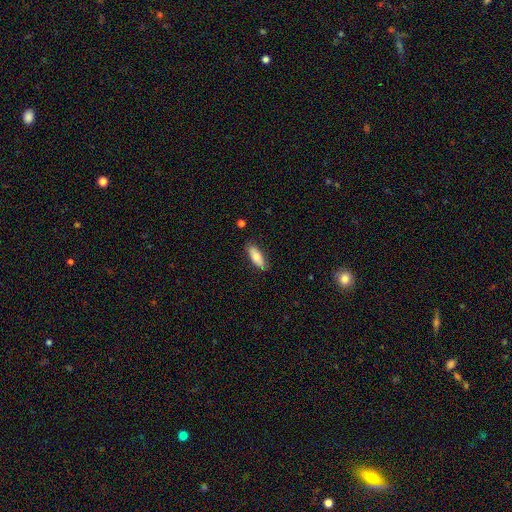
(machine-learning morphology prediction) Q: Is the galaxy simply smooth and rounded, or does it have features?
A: smooth — 75%.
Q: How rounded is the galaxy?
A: in between — 65%.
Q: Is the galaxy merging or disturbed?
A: none — 83%.